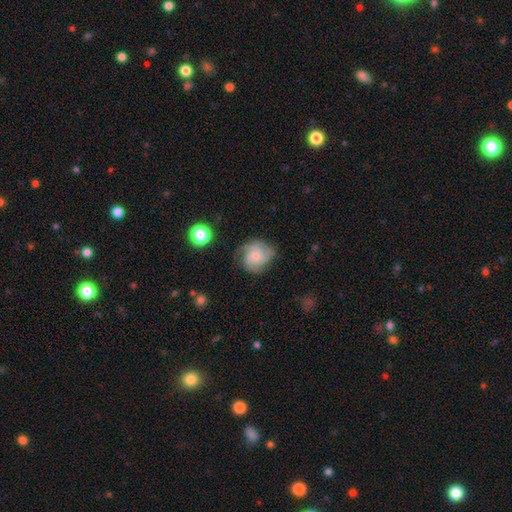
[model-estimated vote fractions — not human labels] Overall: featured or disk (76%). Edge-on disk: no (98%). Bar: no (71%). Spiral arms: yes (96%). Spiral arm count: 3 (47%; 2 20%). Spiral winding: tight (51%; medium 39%). Bulge size: small (64%; moderate 27%). Merging: none (69%).